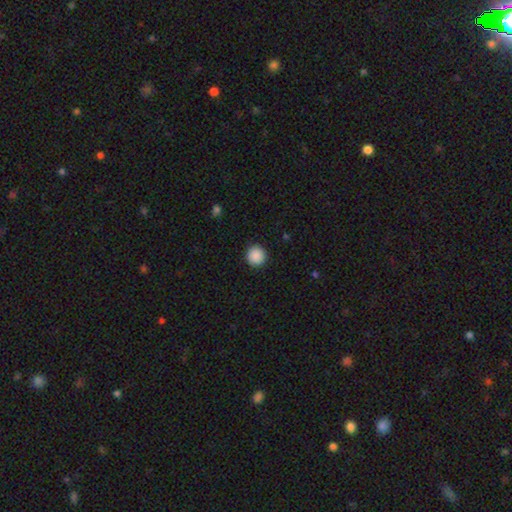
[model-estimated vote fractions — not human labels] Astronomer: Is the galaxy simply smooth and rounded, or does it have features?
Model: smooth — 89%.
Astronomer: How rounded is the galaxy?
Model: round — 95%.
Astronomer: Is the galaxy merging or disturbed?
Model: none — 93%.